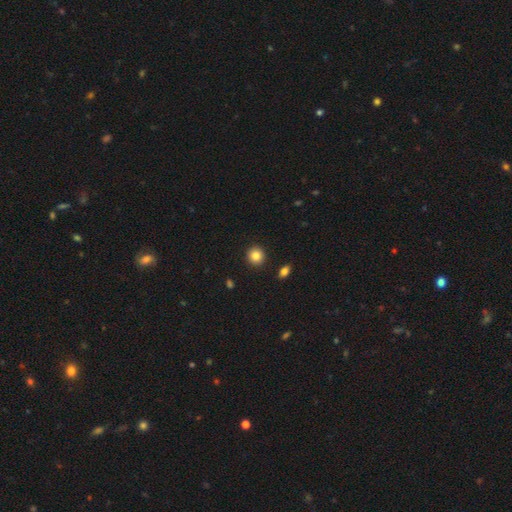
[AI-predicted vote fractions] This is clearly a smooth galaxy (86%). How rounded: clearly round (89%). Merging: clearly none (92%).